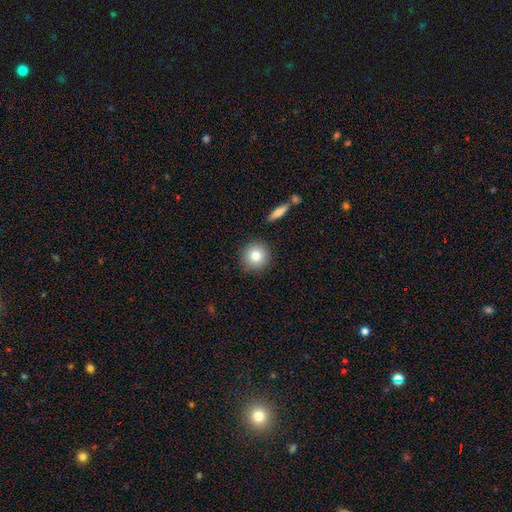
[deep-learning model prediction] smooth_or_featured: smooth (p=0.81) [alt: featured or disk p=0.10]
how_rounded: round (p=0.93) [alt: in between p=0.06]
merging: none (p=0.87) [alt: minor disturbance p=0.08]